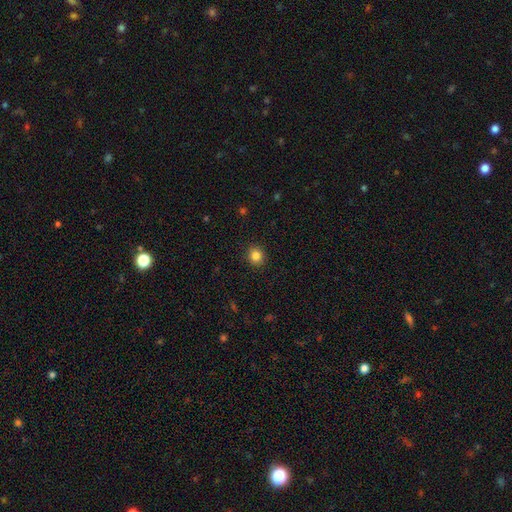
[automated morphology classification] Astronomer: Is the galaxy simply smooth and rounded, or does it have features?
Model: smooth — 84%.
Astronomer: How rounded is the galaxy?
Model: round — 84%.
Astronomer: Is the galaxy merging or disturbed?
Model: none — 92%.